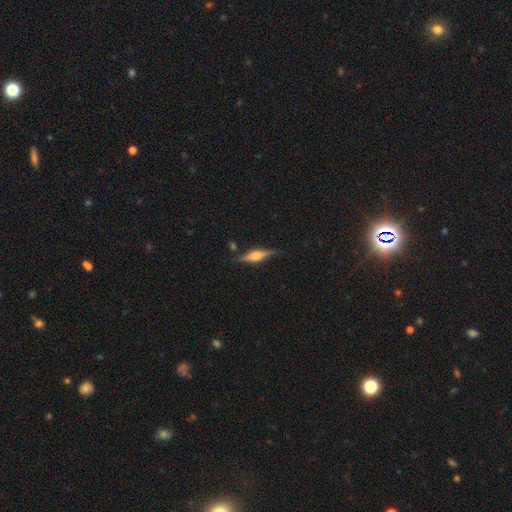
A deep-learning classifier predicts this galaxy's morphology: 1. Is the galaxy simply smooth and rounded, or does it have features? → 71% featured or disk, 23% smooth, 6% star or artifact.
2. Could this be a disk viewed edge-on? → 97% yes, 3% no.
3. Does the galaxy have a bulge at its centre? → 84% rounded, 13% boxy, 3% none.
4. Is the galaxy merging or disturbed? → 82% none, 12% minor disturbance, 3% major disturbance, 3% merger.